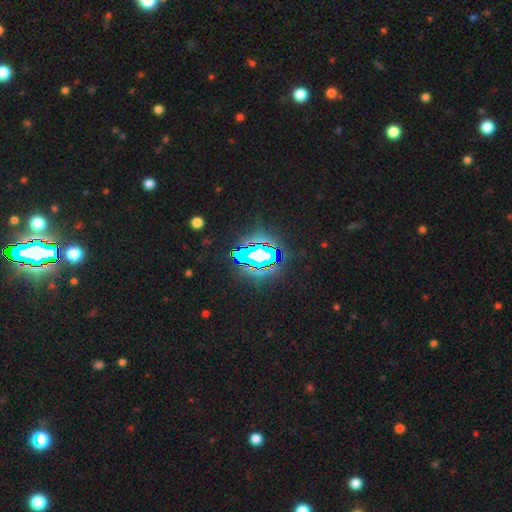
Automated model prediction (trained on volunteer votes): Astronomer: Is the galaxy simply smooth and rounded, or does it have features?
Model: star or artifact — 76%.